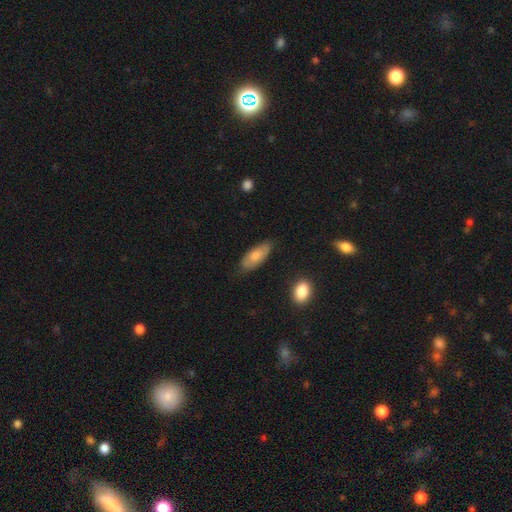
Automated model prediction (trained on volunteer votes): This is likely a smooth galaxy (74%). How rounded: clearly in between (83%). Merging: likely none (71%).